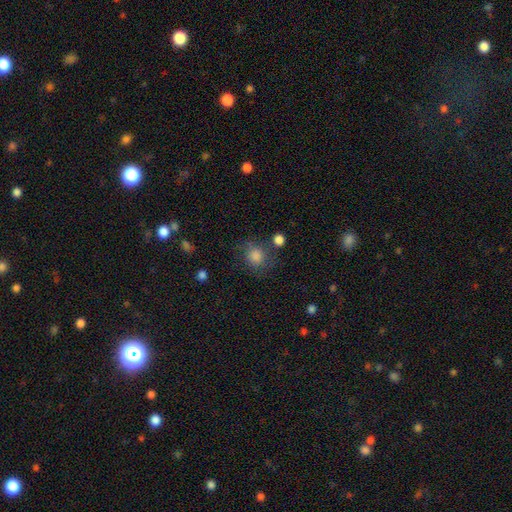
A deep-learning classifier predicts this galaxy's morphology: This appears to be a smooth galaxy with no disk features (77%) that is round (78%). Merging: none (67%).